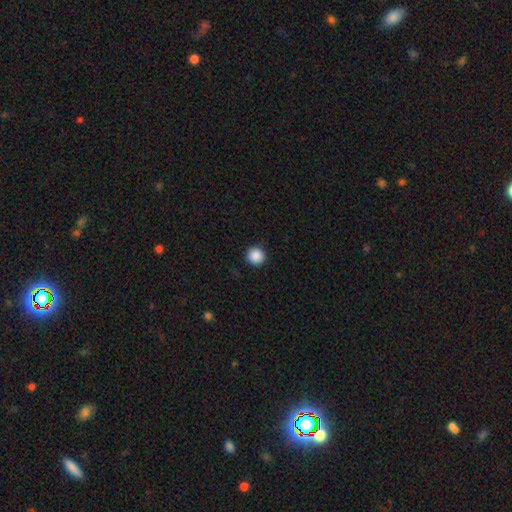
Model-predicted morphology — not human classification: smooth-or-featured: smooth: 89% | star or artifact: 9% | featured or disk: 3%
  how-rounded: round: 94% | in between: 5% | cigar-shaped: 1%
  merging: none: 92% | minor disturbance: 5% | major disturbance: 2% | merger: 1%